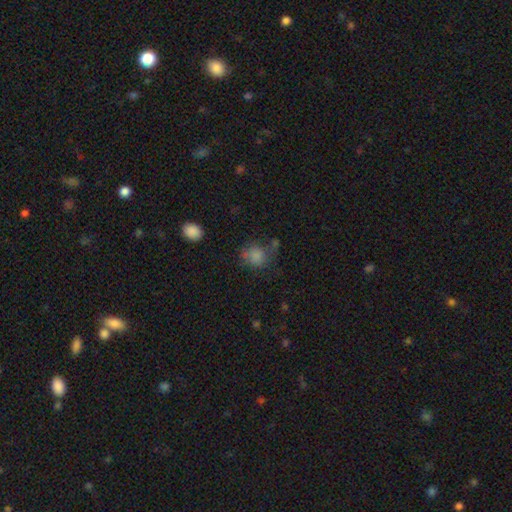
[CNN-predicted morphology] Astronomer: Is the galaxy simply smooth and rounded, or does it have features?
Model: smooth — 74%.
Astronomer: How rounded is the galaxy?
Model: round — 69%.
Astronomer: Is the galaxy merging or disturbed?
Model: none — 47% (runner-up: minor disturbance, 25%).